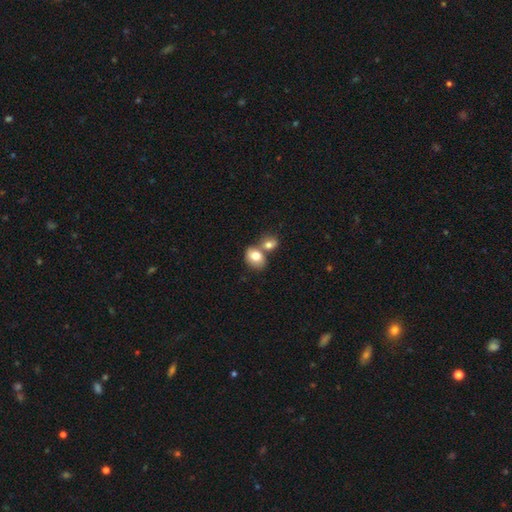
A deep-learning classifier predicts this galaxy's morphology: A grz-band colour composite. It shows a smooth galaxy with no disk features (78%) that is in between round and cigar-shaped (59%). Merging: merger (52%).